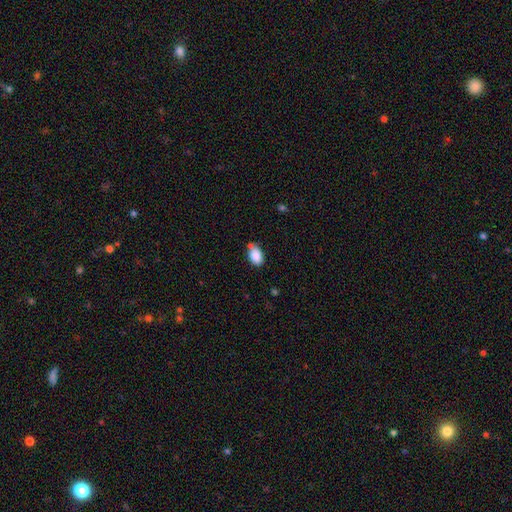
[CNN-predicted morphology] The model was most divided on "merging": none: 63%, minor disturbance: 20%, merger: 13%, major disturbance: 4%. More confident: how rounded — in between (87%); smooth or featured — smooth (87%).